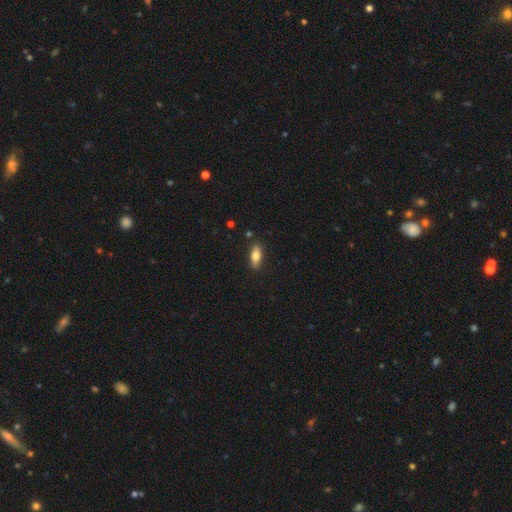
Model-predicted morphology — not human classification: smooth_or_featured: smooth (p=0.70) [alt: featured or disk p=0.23]
how_rounded: in between (p=0.65) [alt: cigar-shaped p=0.32]
merging: none (p=0.86) [alt: minor disturbance p=0.10]